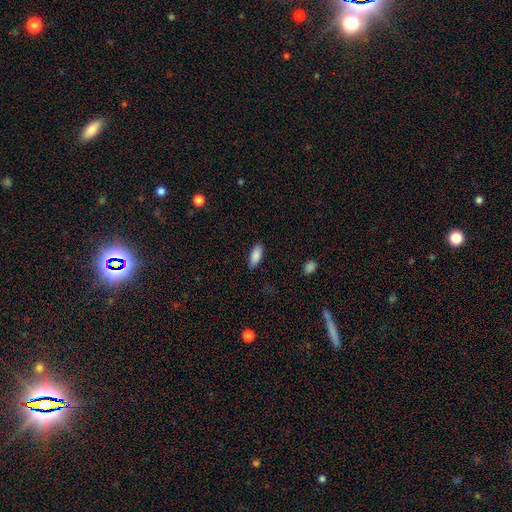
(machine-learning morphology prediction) Smooth or featured? Predicted: smooth (p=0.87). How rounded? Predicted: in between (p=0.80). Merging? Predicted: none (p=0.85).